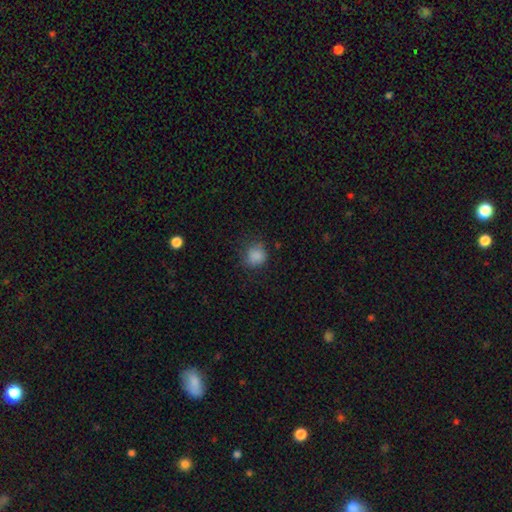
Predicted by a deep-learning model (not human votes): A smooth galaxy with no disk features (84%) that is round (83%). Merging: none (73%).